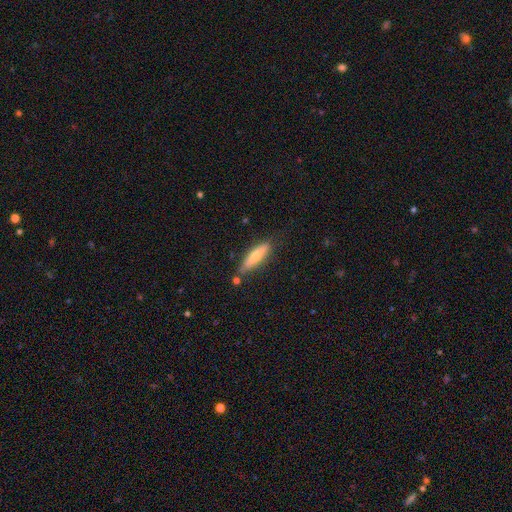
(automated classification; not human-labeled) Smooth or featured? smooth (54%)
How rounded? cigar-shaped (79%)
Merging? none (78%)